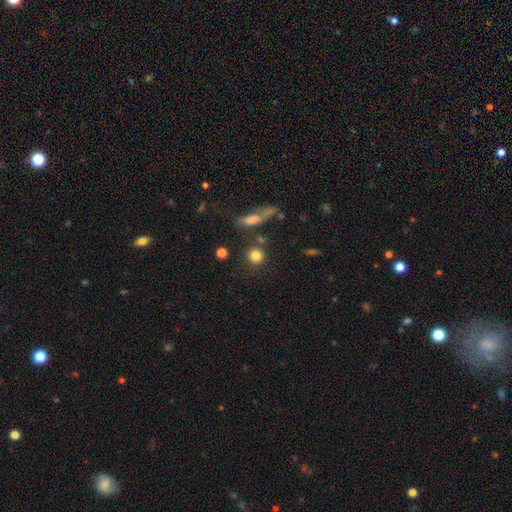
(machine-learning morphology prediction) Smooth or featured?
  - smooth: 82% *
  - star or artifact: 11%
  - featured or disk: 7%
How rounded?
  - round: 88% *
  - in between: 10%
  - cigar-shaped: 2%
Merging?
  - none: 78% *
  - minor disturbance: 9%
  - merger: 9%
  - major disturbance: 4%